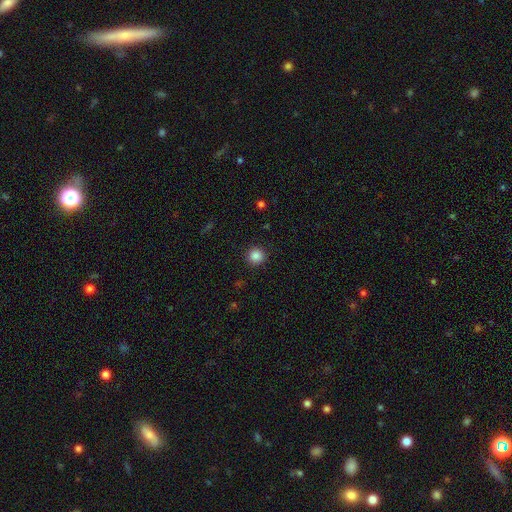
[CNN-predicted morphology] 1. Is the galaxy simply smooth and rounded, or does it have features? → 85% smooth, 11% star or artifact, 4% featured or disk.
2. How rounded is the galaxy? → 94% round, 5% in between, 1% cigar-shaped.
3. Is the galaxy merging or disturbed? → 91% none, 6% minor disturbance, 2% major disturbance, 1% merger.